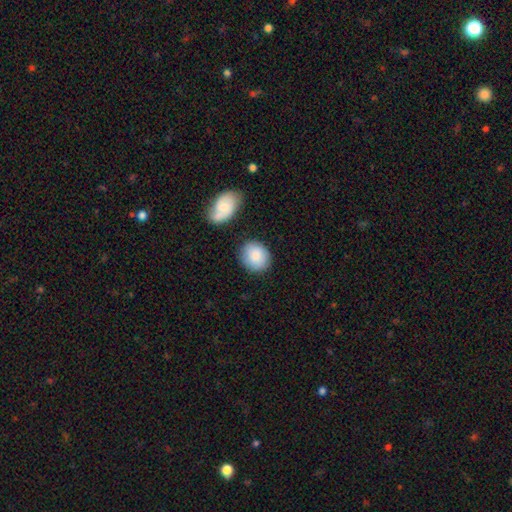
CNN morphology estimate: This is clearly a smooth galaxy (86%). How rounded: likely round (69%). Merging: likely none (79%).